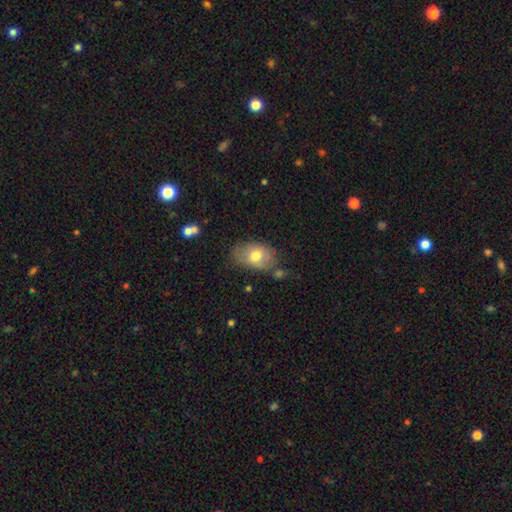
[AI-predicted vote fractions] A smooth galaxy with no disk features (69%) that is in between round and cigar-shaped (85%).

Vote fractions:
- Smooth or featured? smooth: 69% / featured or disk: 24% / star or artifact: 8%
- How rounded? in between: 85% / round: 14% / cigar-shaped: 1%
- Merging? none: 61% / minor disturbance: 24% / merger: 7% / major disturbance: 7%